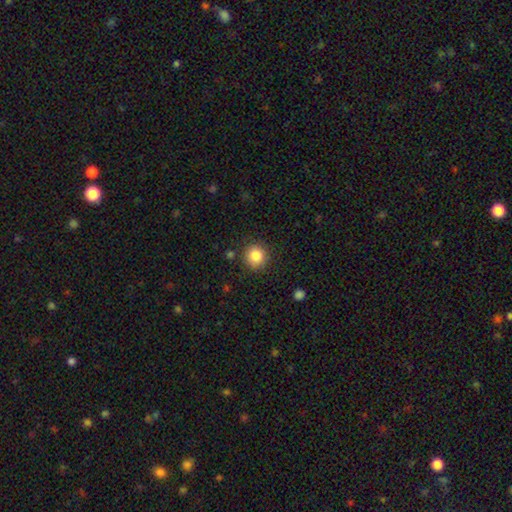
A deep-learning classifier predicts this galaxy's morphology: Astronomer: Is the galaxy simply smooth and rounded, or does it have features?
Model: smooth — 85%.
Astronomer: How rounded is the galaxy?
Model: round — 91%.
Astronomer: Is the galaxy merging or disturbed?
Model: none — 87%.